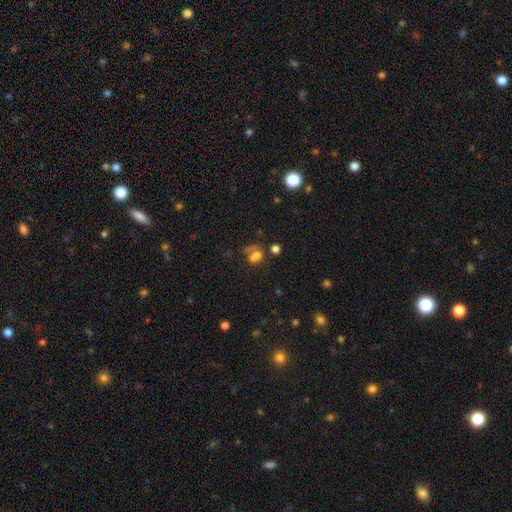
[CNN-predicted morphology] Smooth or featured?
  - smooth: 58% *
  - star or artifact: 23%
  - featured or disk: 19%
How rounded?
  - in between: 53% *
  - round: 44%
  - cigar-shaped: 3%
Merging?
  - none: 33% *
  - merger: 29%
  - major disturbance: 24%
  - minor disturbance: 15%